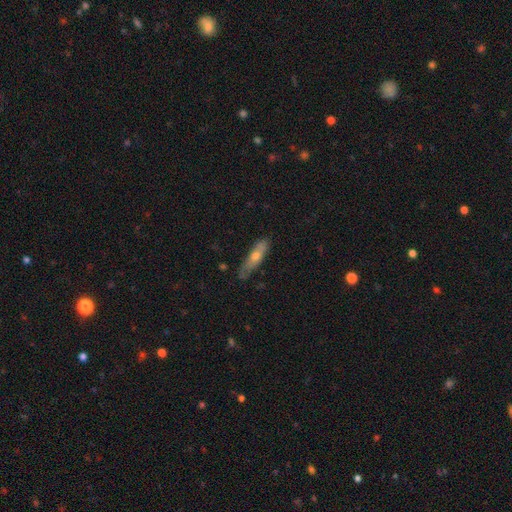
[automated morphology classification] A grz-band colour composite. It shows a smooth galaxy with no disk features (50%) that is cigar-shaped (76%). Merging: none (74%).